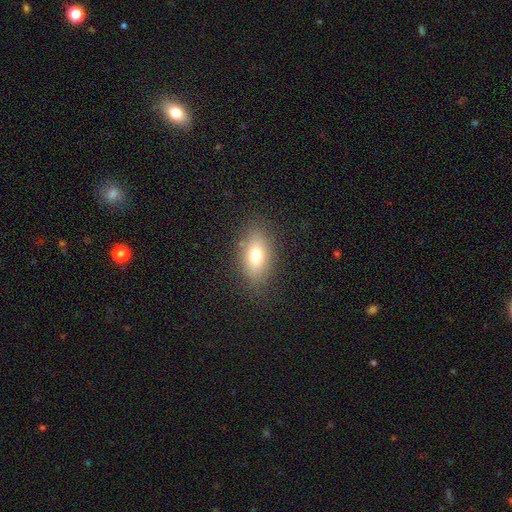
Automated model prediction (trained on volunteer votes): smooth-or-featured: smooth: 74% | featured or disk: 16% | star or artifact: 10%
  how-rounded: in between: 86% | round: 8% | cigar-shaped: 6%
  merging: none: 83% | minor disturbance: 11% | major disturbance: 4% | merger: 1%